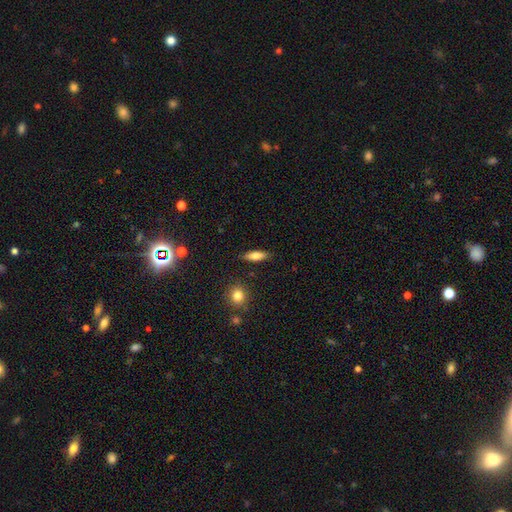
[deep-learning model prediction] Morphology: type=smooth (74%); roundness=in between (52%); merging=none (86%).